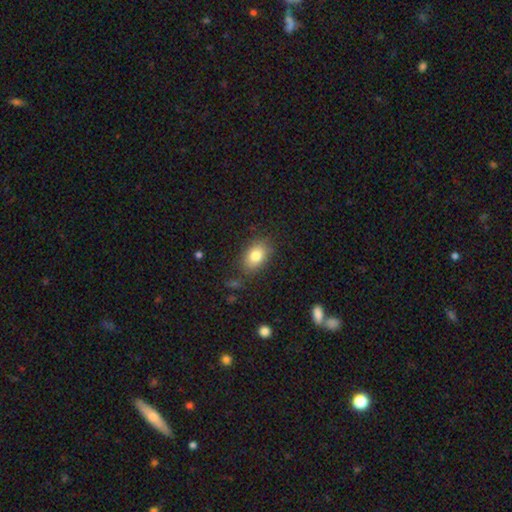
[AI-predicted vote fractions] Morphology: type=smooth (81%); roundness=in between (83%); merging=none (82%).